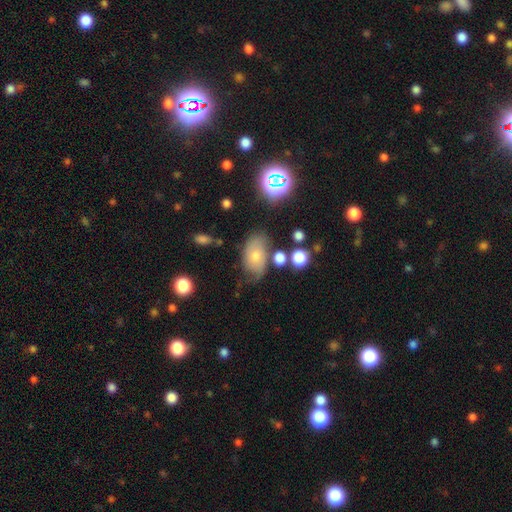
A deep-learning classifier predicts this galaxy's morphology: This appears to be a smooth galaxy with no disk features (56%) that is in between round and cigar-shaped (88%). Merging: none (52%).